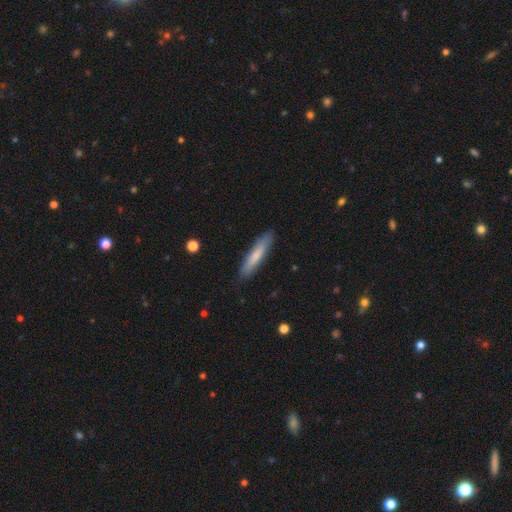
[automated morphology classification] A smooth galaxy with no disk features (71%) that is cigar-shaped (87%). Merging: none (87%).